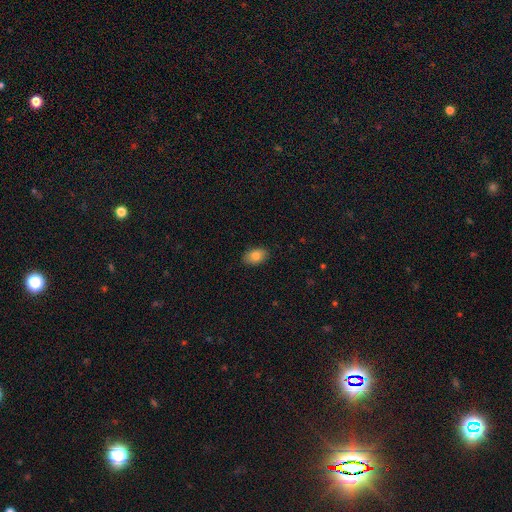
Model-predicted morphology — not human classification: This appears to be a smooth galaxy with no disk features (81%) that is in between round and cigar-shaped (90%). Merging: none (88%).